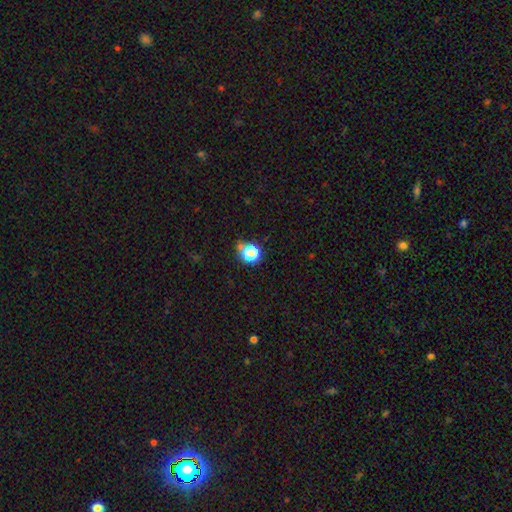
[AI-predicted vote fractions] Morphology: type=smooth (62%); roundness=round (89%); merging=none (77%).